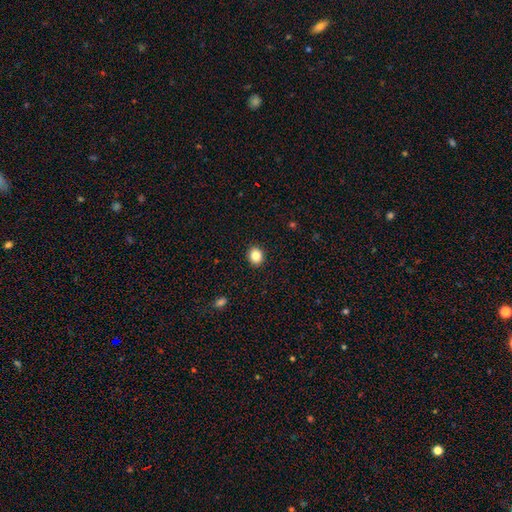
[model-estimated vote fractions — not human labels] Smooth or featured? smooth (85%)
How rounded? round (73%)
Merging? none (92%)